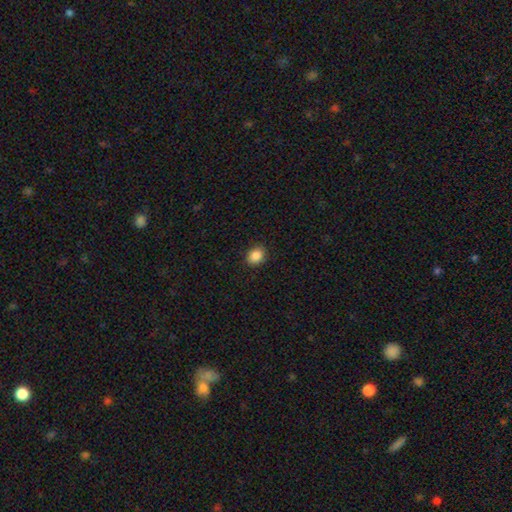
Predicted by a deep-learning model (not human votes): Morphology: type=smooth (87%); roundness=round (50%); merging=none (89%).